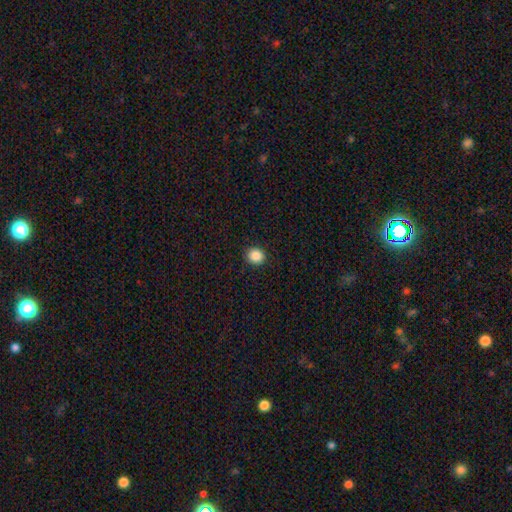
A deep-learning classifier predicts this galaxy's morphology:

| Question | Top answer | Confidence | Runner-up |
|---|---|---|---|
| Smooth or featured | smooth | 87% | star or artifact (10%) |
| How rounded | round | 84% | in between (15%) |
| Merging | none | 92% | minor disturbance (5%) |